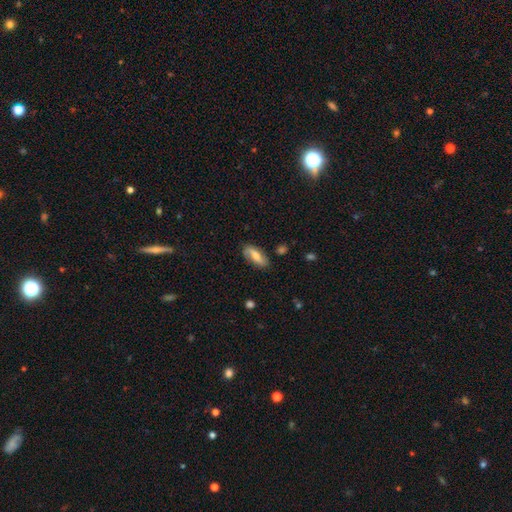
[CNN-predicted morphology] smooth-or-featured: featured or disk: 51% | smooth: 43% | star or artifact: 6%
  disk-edge-on: no: 86% | yes: 14%
  merging: none: 81% | minor disturbance: 14% | major disturbance: 3% | merger: 2%